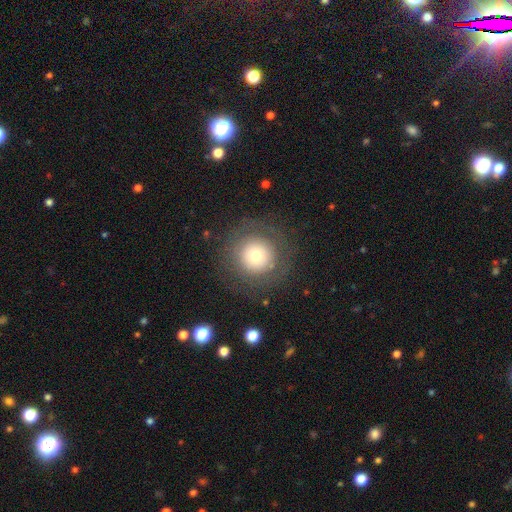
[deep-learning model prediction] Smooth or featured? Predicted: smooth (p=0.64). How rounded? Predicted: round (p=0.96). Merging? Predicted: none (p=0.83).